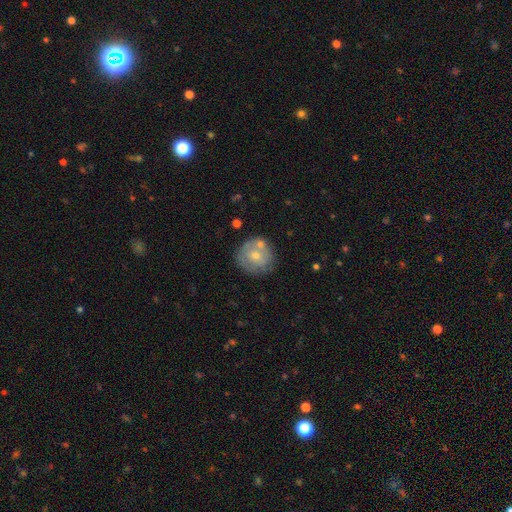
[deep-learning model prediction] This is possibly a smooth galaxy (60%). How rounded: clearly round (88%). Merging: likely none (62%).